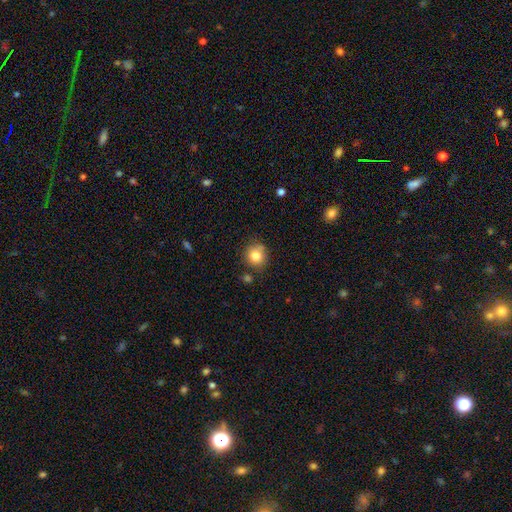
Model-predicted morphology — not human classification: smooth-or-featured: smooth: 82% | star or artifact: 11% | featured or disk: 7%
  how-rounded: round: 87% | in between: 12% | cigar-shaped: 1%
  merging: none: 75% | minor disturbance: 16% | merger: 6% | major disturbance: 4%